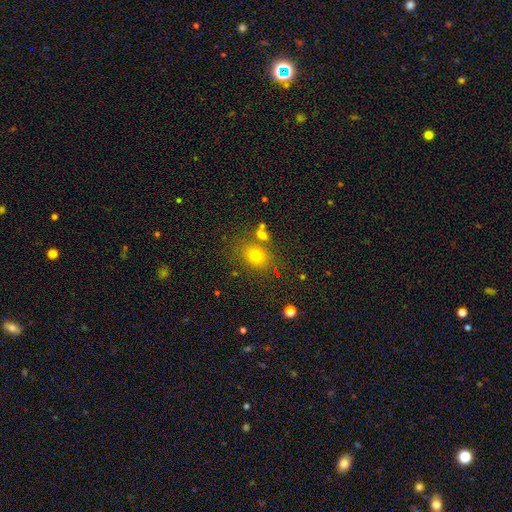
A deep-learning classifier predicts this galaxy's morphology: A smooth galaxy with no disk features (73%) that is round (56%).

Vote fractions:
- Smooth or featured? smooth: 73% / star or artifact: 17% / featured or disk: 10%
- How rounded? round: 56% / in between: 43% / cigar-shaped: 1%
- Merging? none: 74% / minor disturbance: 12% / merger: 10% / major disturbance: 5%